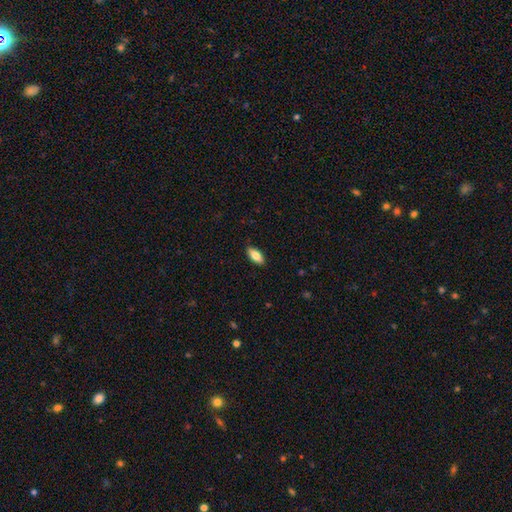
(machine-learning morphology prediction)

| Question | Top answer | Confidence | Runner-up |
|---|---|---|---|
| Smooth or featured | smooth | 79% | featured or disk (15%) |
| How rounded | in between | 86% | cigar-shaped (12%) |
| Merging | none | 89% | minor disturbance (8%) |